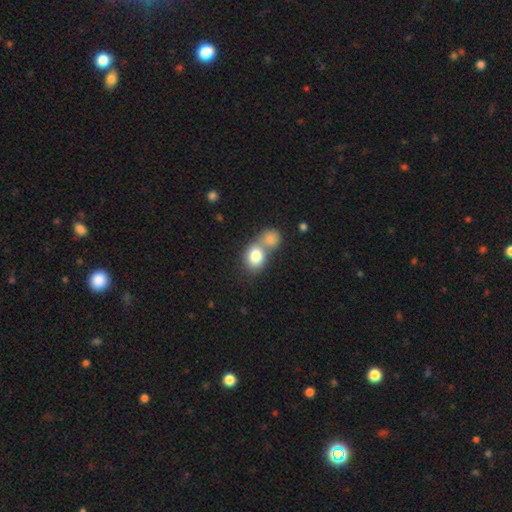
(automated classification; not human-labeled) Smooth or featured?
  - smooth: 81% *
  - featured or disk: 11%
  - star or artifact: 8%
How rounded?
  - round: 55% *
  - in between: 44%
  - cigar-shaped: 1%
Merging?
  - merger: 60% *
  - none: 29%
  - minor disturbance: 7%
  - major disturbance: 4%